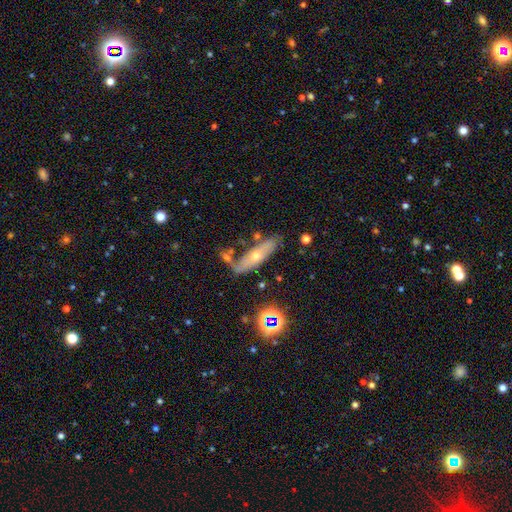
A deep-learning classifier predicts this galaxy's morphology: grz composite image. It shows a featured or disk galaxy (49%). Merging: none (65%).